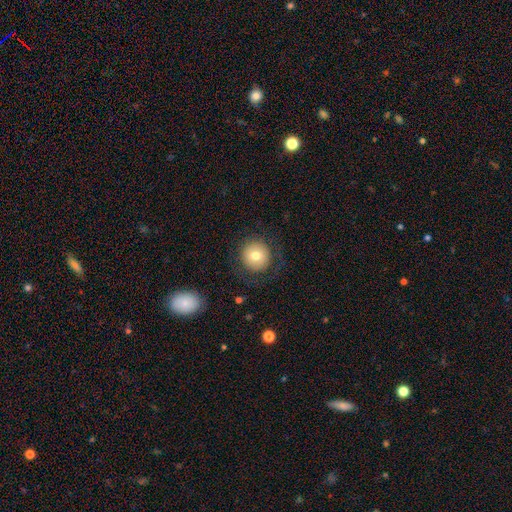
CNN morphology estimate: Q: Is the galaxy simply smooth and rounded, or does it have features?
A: smooth — 73%.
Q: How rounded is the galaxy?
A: round — 95%.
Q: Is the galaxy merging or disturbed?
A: none — 82%.